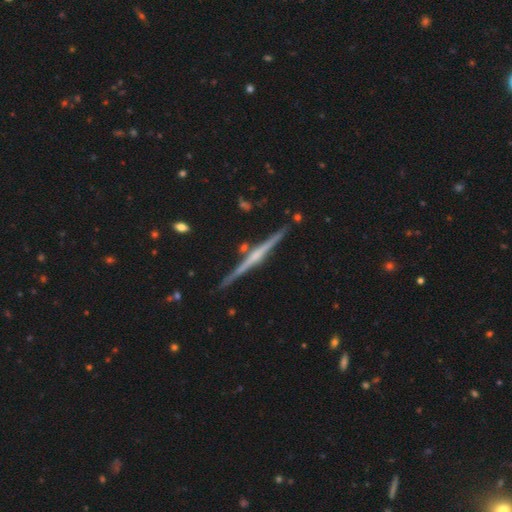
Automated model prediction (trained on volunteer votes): Smooth or featured? featured or disk (81%)
Edge-on disk? yes (98%)
Edge-on bulge? rounded (59%)
Merging? none (88%)